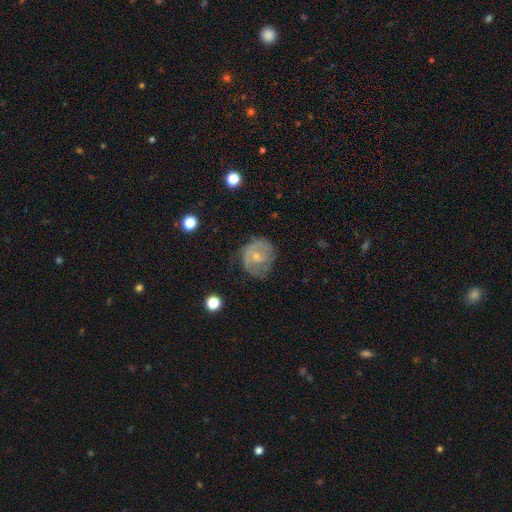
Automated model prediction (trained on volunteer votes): Smooth or featured? Predicted: featured or disk (p=0.63). Edge-on disk? Predicted: no (p=0.97). Bar? Predicted: no (p=0.66). Spiral arms? Predicted: yes (p=0.73). Bulge size? Predicted: small (p=0.58). Merging? Predicted: none (p=0.54).